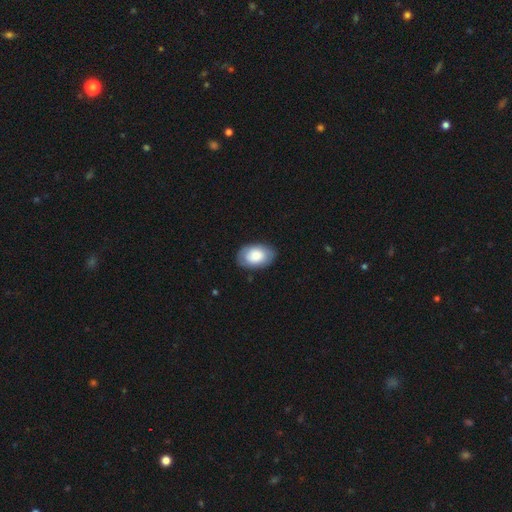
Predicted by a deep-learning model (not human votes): Smooth or featured? Predicted: smooth (p=0.79). How rounded? Predicted: in between (p=0.90). Merging? Predicted: none (p=0.83).